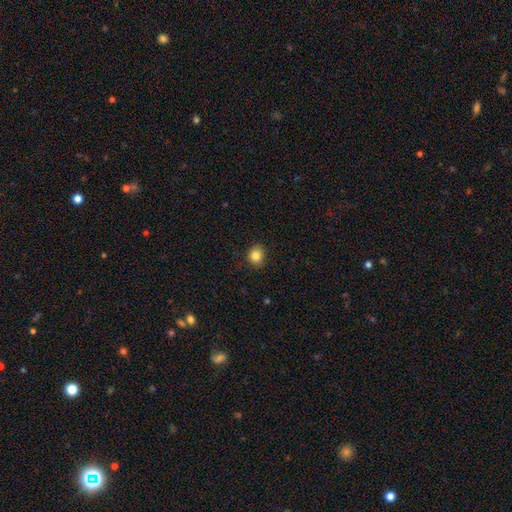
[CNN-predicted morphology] Smooth or featured? smooth (85%)
How rounded? round (72%)
Merging? none (88%)